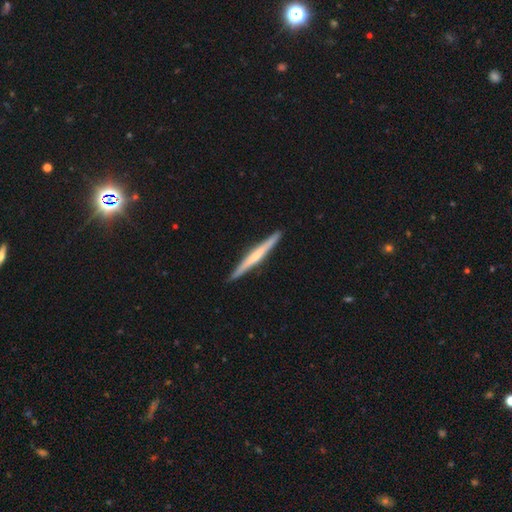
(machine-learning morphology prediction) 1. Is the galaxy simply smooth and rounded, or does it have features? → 61% featured or disk, 34% smooth, 5% star or artifact.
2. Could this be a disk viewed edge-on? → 98% yes, 2% no.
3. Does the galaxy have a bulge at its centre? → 45% rounded, 44% none, 11% boxy.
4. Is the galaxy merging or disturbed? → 92% none, 6% minor disturbance, 1% major disturbance, 1% merger.